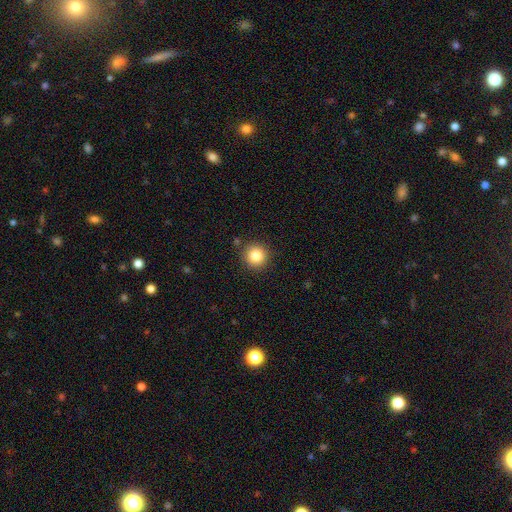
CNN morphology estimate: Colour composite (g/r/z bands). It shows a smooth galaxy with no disk features (84%) that is round (95%). Merging: none (89%).